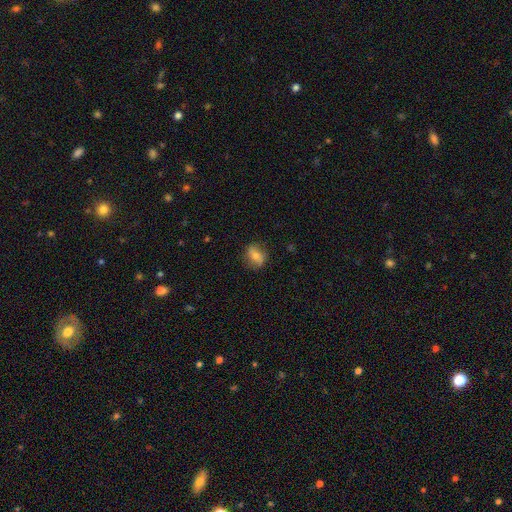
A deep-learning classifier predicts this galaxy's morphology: Smooth or featured: smooth — 58% (featured or disk — 33%)
How rounded: in between — 59% (round — 37%)
Merging: none — 80% (minor disturbance — 15%)